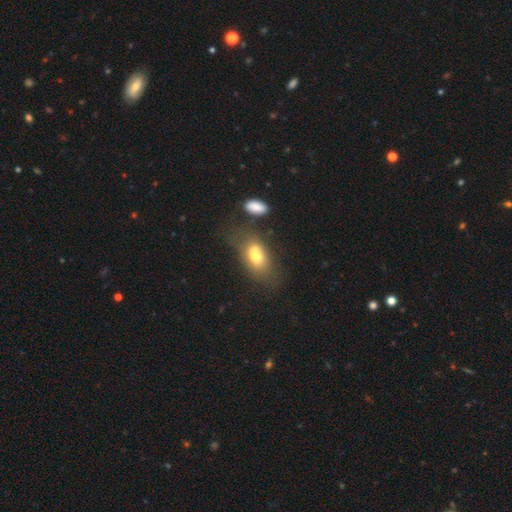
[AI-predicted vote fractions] Morphology: type=smooth (66%); roundness=in between (79%); merging=merger (40%).